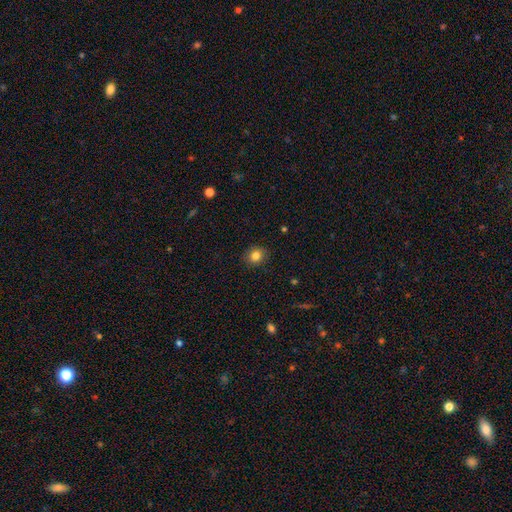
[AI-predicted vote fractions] smooth_or_featured: smooth (p=0.83) [alt: star or artifact p=0.11]
how_rounded: round (p=0.75) [alt: in between p=0.24]
merging: none (p=0.89) [alt: minor disturbance p=0.08]